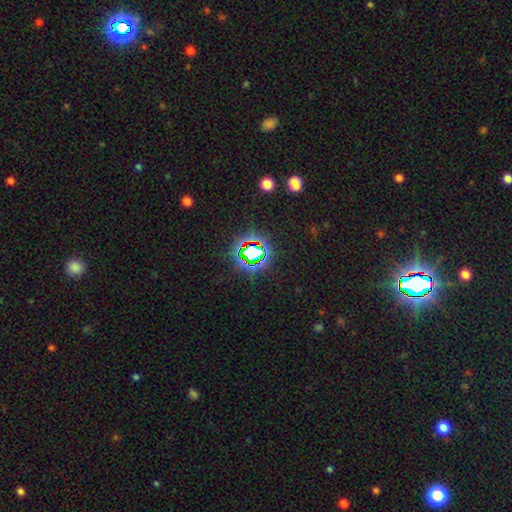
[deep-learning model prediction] Smooth or featured? Predicted: star or artifact (p=0.73).